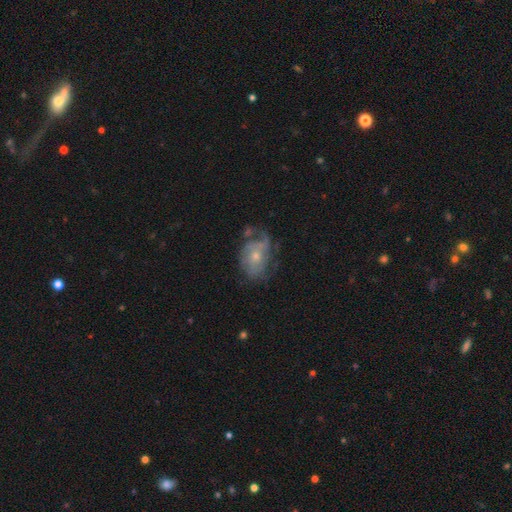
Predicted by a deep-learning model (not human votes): Overall: featured or disk (67%). Edge-on disk: no (97%). Bar: no (80%). Spiral arms: yes (74%). Bulge size: small (56%; moderate 39%). Merging: none (43%; major disturbance 27%).